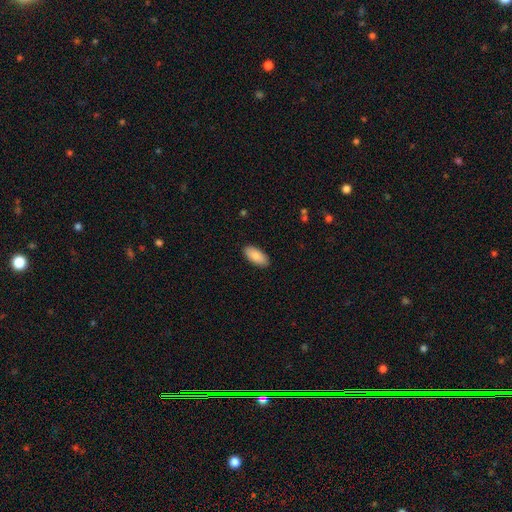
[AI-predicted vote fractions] Smooth or featured: smooth — 87% (featured or disk — 7%)
How rounded: in between — 91% (cigar-shaped — 7%)
Merging: none — 89% (minor disturbance — 8%)